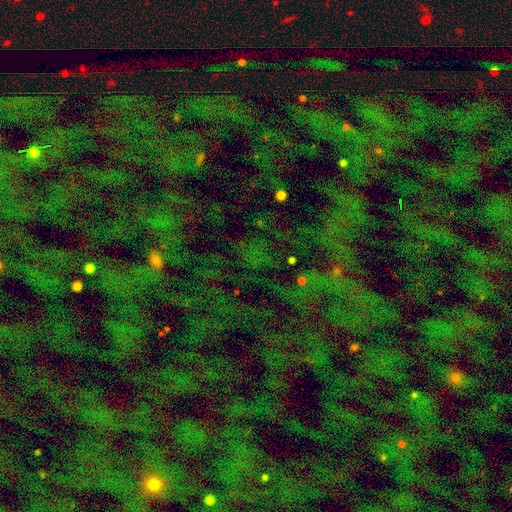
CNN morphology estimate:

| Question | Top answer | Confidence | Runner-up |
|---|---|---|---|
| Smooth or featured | star or artifact | 69% | smooth (20%) |